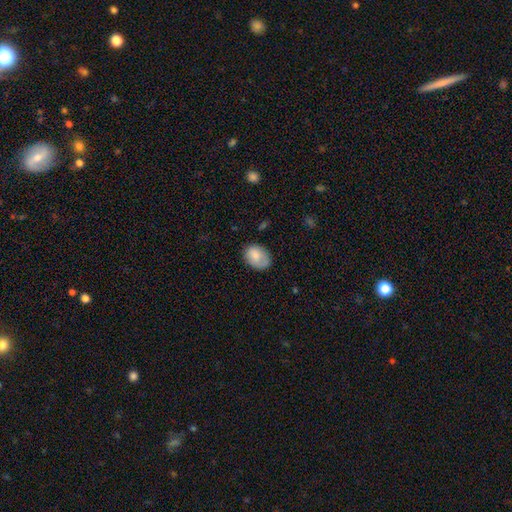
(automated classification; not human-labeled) Q: Smooth or featured?
A: smooth (79%); runner-up: featured or disk (14%)
Q: How rounded?
A: in between (74%); runner-up: round (25%)
Q: Merging?
A: none (68%); runner-up: minor disturbance (24%)